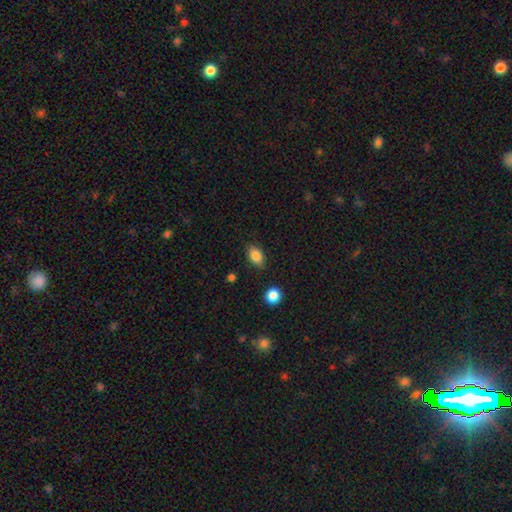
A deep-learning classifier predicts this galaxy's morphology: Smooth or featured? smooth (86%)
How rounded? in between (82%)
Merging? none (83%)